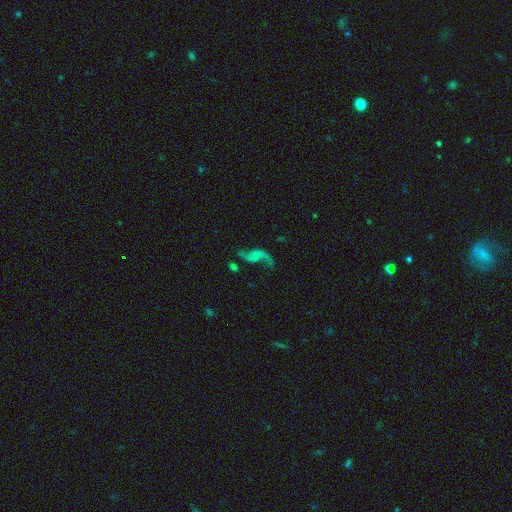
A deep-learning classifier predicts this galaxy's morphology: Smooth or featured? featured or disk (76%)
Edge-on disk? no (96%)
Bar? no (63%)
Spiral arms? yes (90%)
Spiral winding? loose (92%)
Spiral arm count? 2 (88%)
Bulge size? none (71%)
Merging? none (57%)